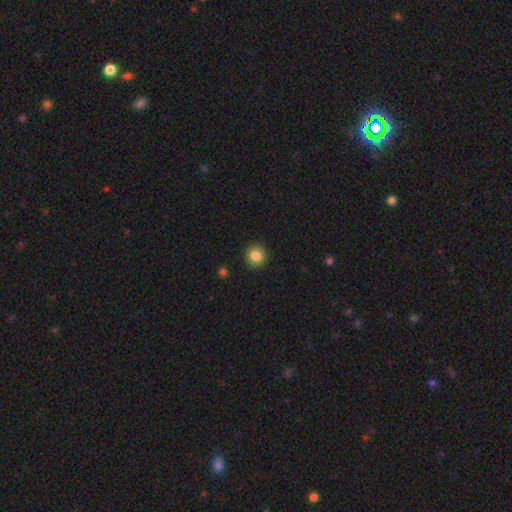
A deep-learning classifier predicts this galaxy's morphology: The model was most divided on "smooth or featured": smooth: 85%, star or artifact: 10%, featured or disk: 5%. More confident: merging — none (89%); how rounded — round (88%).